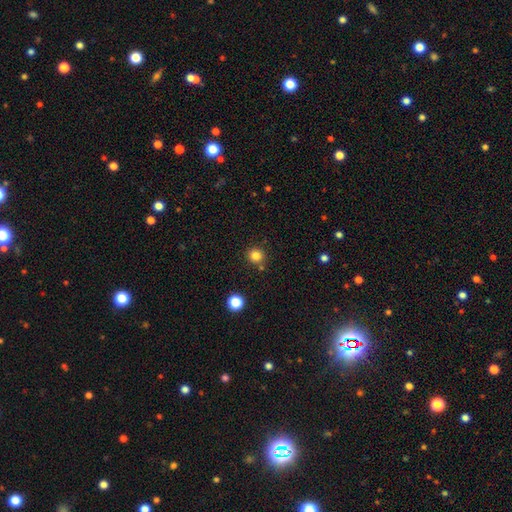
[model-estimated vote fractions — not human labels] Morphology: type=smooth (82%); roundness=round (91%); merging=none (83%).